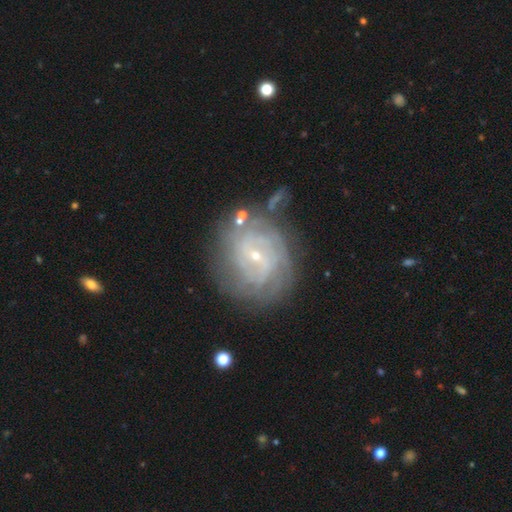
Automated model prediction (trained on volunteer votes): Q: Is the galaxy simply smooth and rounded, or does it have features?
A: featured or disk — 82%.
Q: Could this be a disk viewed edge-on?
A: no — 97%.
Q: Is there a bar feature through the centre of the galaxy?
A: no — 48%.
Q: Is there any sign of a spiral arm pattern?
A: yes — 90%.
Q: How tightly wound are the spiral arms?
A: tight — 69%.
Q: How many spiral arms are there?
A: can't tell — 43%.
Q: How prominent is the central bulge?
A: small — 83%.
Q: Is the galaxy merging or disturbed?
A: none — 64%.